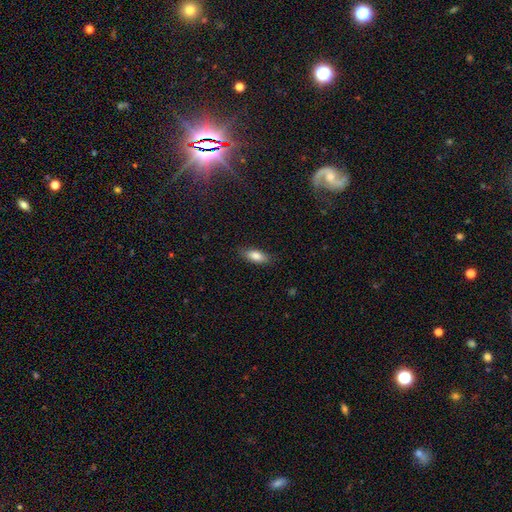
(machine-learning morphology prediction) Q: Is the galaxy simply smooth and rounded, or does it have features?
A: smooth — 83%.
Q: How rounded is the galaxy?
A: in between — 77%.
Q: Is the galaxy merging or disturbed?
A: none — 85%.